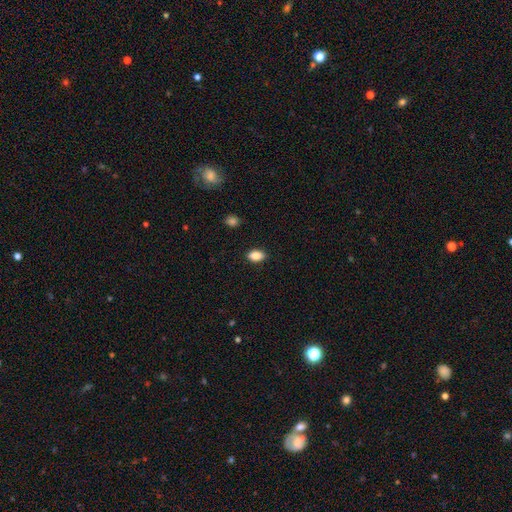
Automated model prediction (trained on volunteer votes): This appears to be a smooth galaxy with no disk features (87%) that is in between round and cigar-shaped (87%). Merging: none (88%).